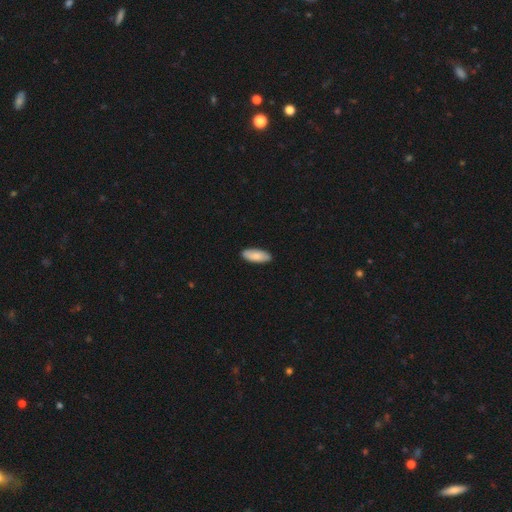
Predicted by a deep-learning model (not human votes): Smooth or featured? Predicted: smooth (p=0.85). How rounded? Predicted: in between (p=0.78). Merging? Predicted: none (p=0.89).